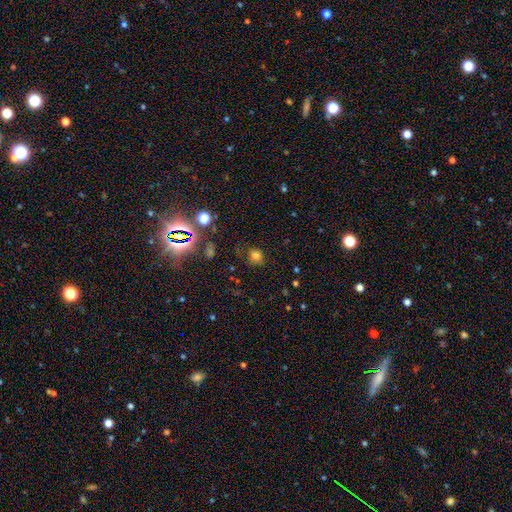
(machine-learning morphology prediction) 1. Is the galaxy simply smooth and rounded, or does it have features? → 68% smooth, 23% star or artifact, 9% featured or disk.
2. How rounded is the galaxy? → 65% round, 34% in between, 1% cigar-shaped.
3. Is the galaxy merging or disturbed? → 66% none, 19% minor disturbance, 11% major disturbance, 3% merger.